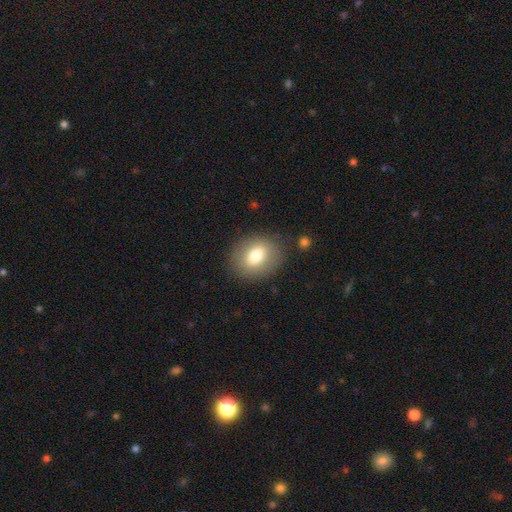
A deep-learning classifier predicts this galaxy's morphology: smooth 74%, featured or disk 17%, star or artifact 9%. Down the decision tree: how rounded — in between (52%); merging — none (83%).